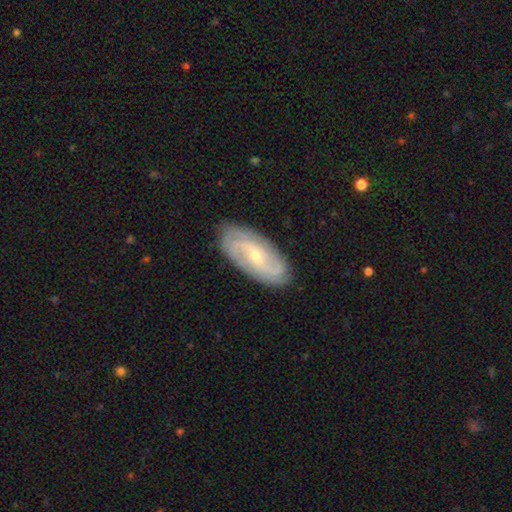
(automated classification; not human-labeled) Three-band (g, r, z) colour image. It shows a featured or disk galaxy (79%) with no bar (43%, tied with weak), 2 (38%) tight (46%) spiral arms (94%) and a small central bulge (69%). Merging: none (84%).